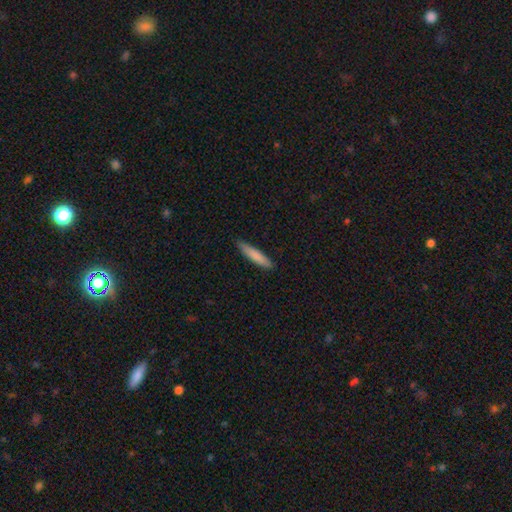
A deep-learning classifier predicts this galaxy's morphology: A smooth galaxy with no disk features (83%) that is cigar-shaped (86%). Merging: none (86%).